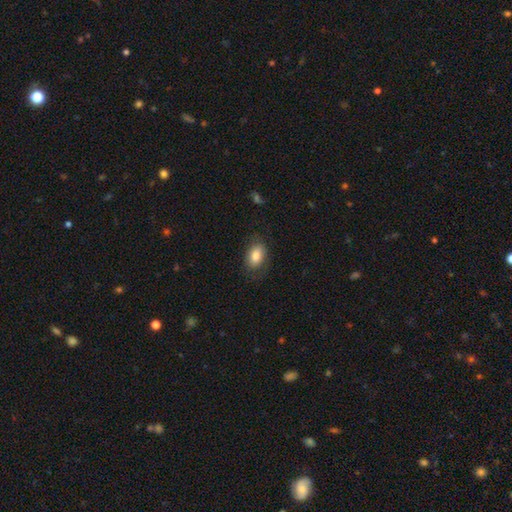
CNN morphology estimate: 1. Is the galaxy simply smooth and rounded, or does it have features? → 82% smooth, 11% featured or disk, 7% star or artifact.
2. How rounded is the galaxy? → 87% in between, 11% round, 1% cigar-shaped.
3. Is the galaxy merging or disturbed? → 77% none, 16% minor disturbance, 6% major disturbance, 1% merger.